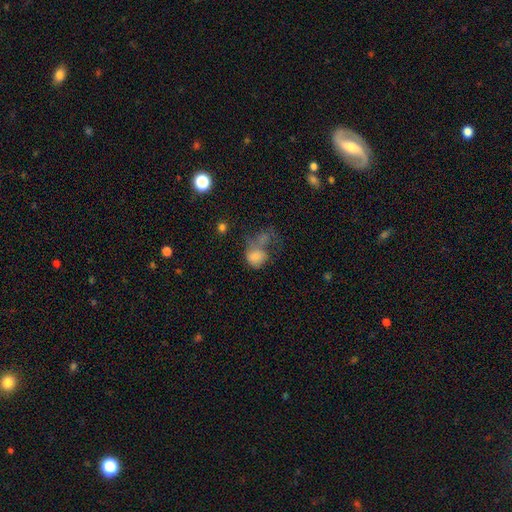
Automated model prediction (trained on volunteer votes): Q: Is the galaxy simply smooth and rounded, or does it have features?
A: smooth — 72%.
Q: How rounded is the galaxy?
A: in between — 54%.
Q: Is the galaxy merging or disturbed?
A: major disturbance — 33%.